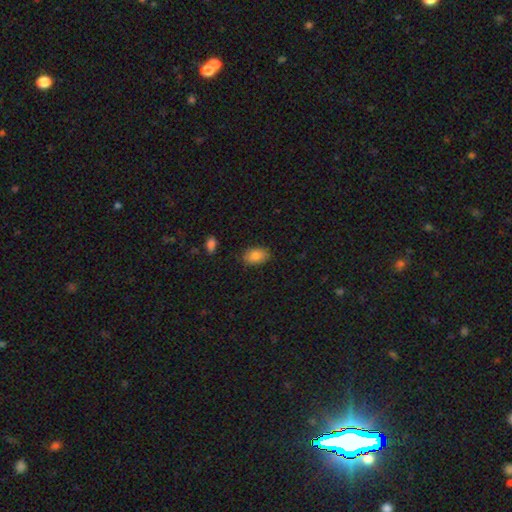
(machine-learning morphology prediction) Q: Smooth or featured?
A: smooth (84%); runner-up: featured or disk (8%)
Q: How rounded?
A: in between (87%); runner-up: round (11%)
Q: Merging?
A: none (84%); runner-up: minor disturbance (13%)